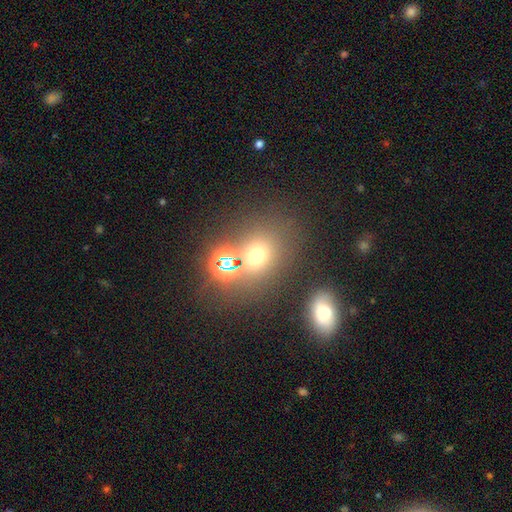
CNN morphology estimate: Q: Smooth or featured?
A: smooth (60%); runner-up: star or artifact (28%)
Q: How rounded?
A: round (60%); runner-up: in between (38%)
Q: Merging?
A: none (66%); runner-up: merger (16%)